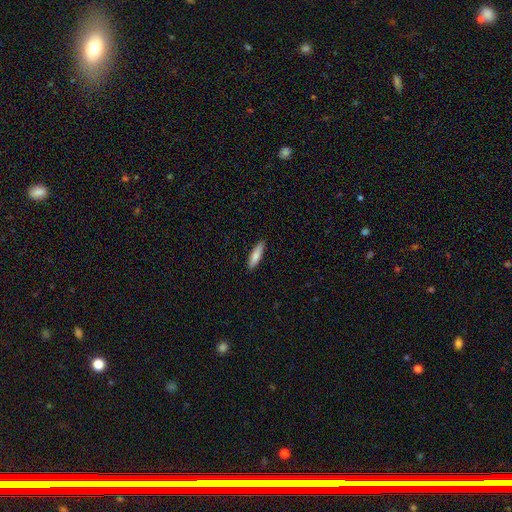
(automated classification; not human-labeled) This is clearly a smooth galaxy (82%). How rounded: likely cigar-shaped (69%). Merging: clearly none (89%).